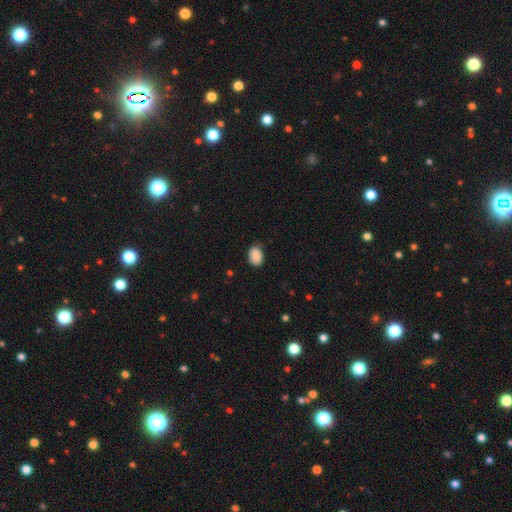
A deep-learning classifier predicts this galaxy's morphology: A smooth galaxy with no disk features (90%) that is in between round and cigar-shaped (81%). Merging: none (84%).